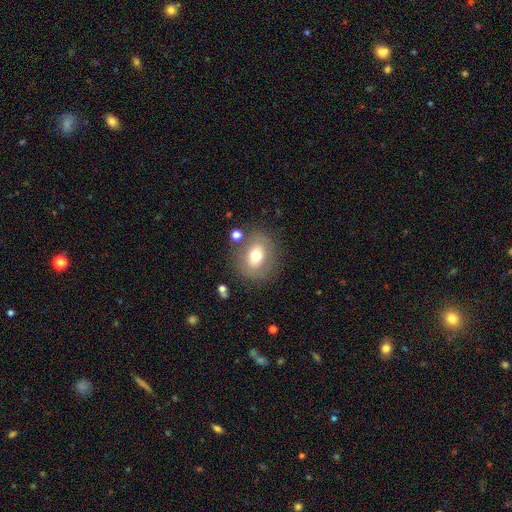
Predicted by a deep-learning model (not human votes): A smooth galaxy with no disk features (63%) that is round (64%).

Vote fractions:
- Smooth or featured? smooth: 63% / featured or disk: 27% / star or artifact: 10%
- How rounded? round: 64% / in between: 35% / cigar-shaped: 1%
- Merging? none: 76% / minor disturbance: 13% / major disturbance: 6% / merger: 5%